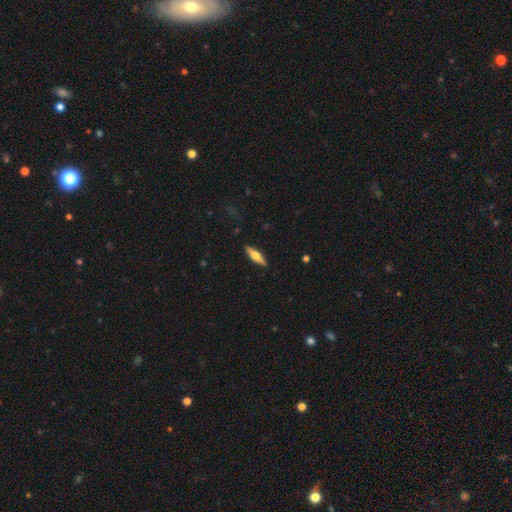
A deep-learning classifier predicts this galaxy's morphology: This is possibly a featured or disk galaxy (58%). It is clearly viewed edge-on (96%). Edge-on bulge: clearly rounded (92%). Merging: clearly none (90%).